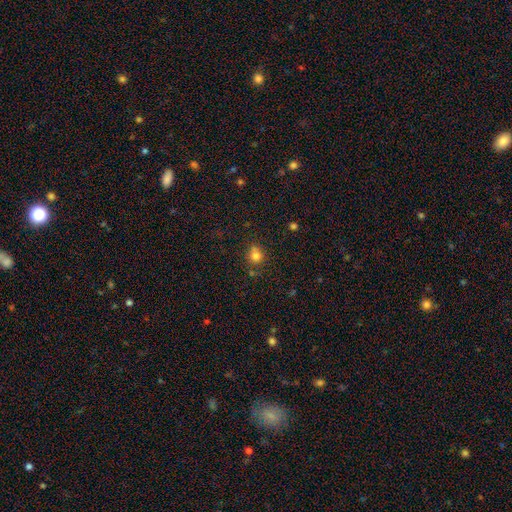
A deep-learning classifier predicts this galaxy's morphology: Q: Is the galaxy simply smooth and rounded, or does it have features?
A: smooth — 78%.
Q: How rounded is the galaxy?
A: round — 81%.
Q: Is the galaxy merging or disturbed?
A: none — 60%.